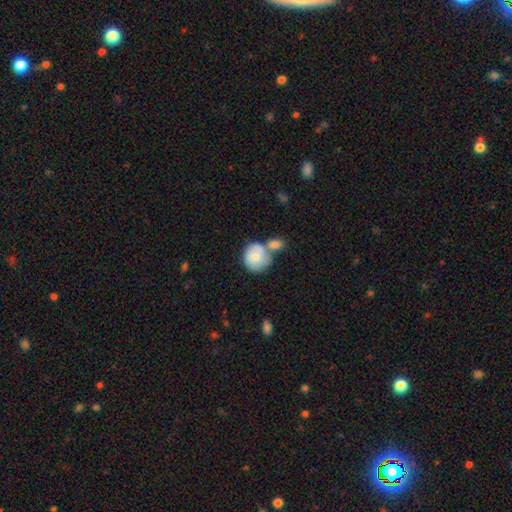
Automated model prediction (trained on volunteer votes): Smooth or featured? smooth (68%)
How rounded? round (80%)
Merging? merger (50%)